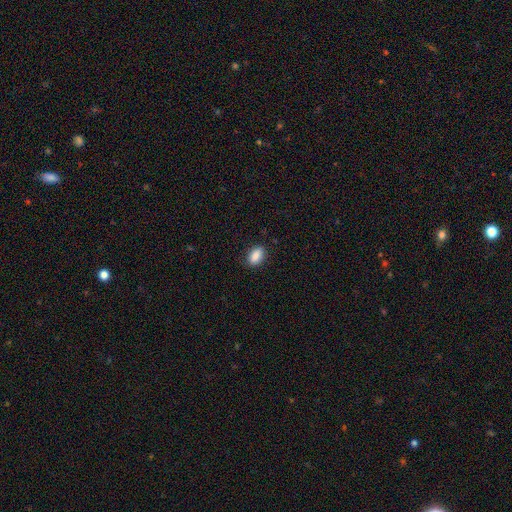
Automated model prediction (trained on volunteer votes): Smooth or featured?
  - smooth: 88% *
  - star or artifact: 8%
  - featured or disk: 5%
How rounded?
  - in between: 88% *
  - round: 8%
  - cigar-shaped: 5%
Merging?
  - none: 86% *
  - minor disturbance: 10%
  - major disturbance: 2%
  - merger: 1%